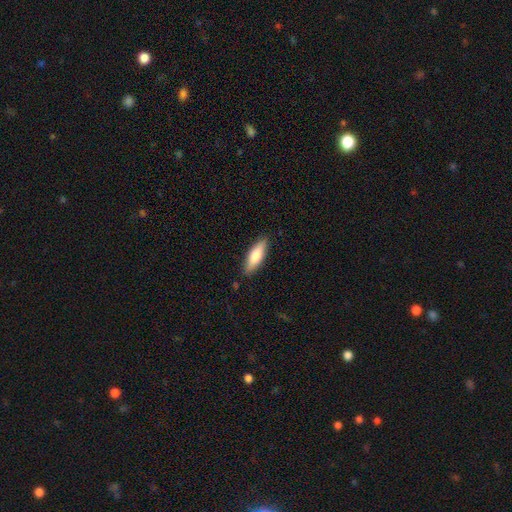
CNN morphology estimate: Smooth or featured?
  - smooth: 71% *
  - featured or disk: 24%
  - star or artifact: 6%
How rounded?
  - in between: 52% *
  - cigar-shaped: 46%
  - round: 2%
Merging?
  - none: 86% *
  - minor disturbance: 10%
  - major disturbance: 2%
  - merger: 1%